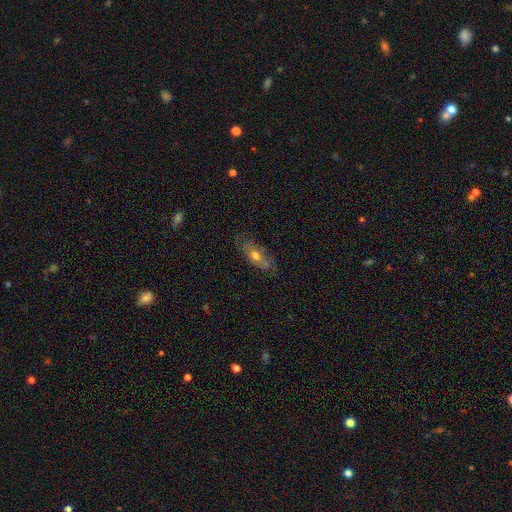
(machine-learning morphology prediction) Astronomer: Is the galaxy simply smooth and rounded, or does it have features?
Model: smooth — 46%, tied with featured or disk at 46%.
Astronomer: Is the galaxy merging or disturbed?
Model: none — 68%.